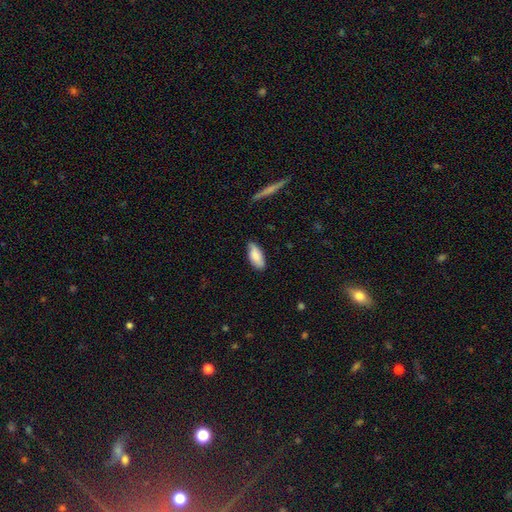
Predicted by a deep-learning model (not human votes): A smooth galaxy with no disk features (83%) that is in between round and cigar-shaped (84%). Merging: none (74%).